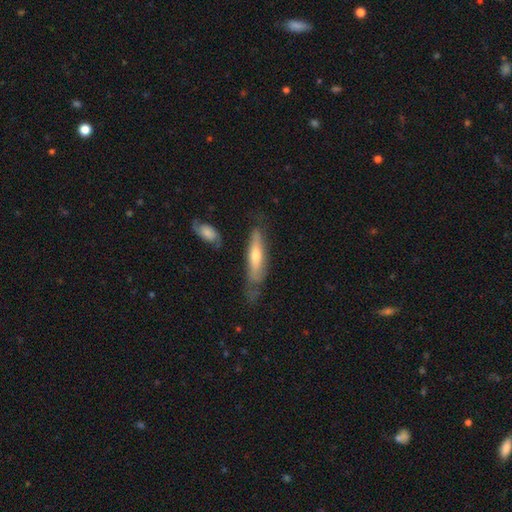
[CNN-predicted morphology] Smooth or featured: featured or disk — 47% (tied with smooth — 47%)
Merging: none — 59% (minor disturbance — 26%)